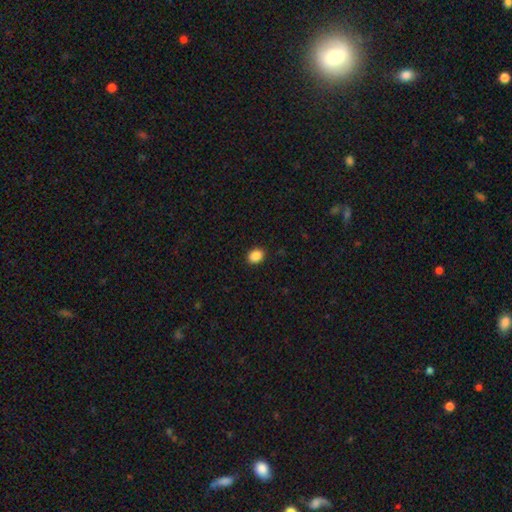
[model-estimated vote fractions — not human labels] A smooth galaxy with no disk features (88%) that is in between round and cigar-shaped (58%). Merging: none (90%).